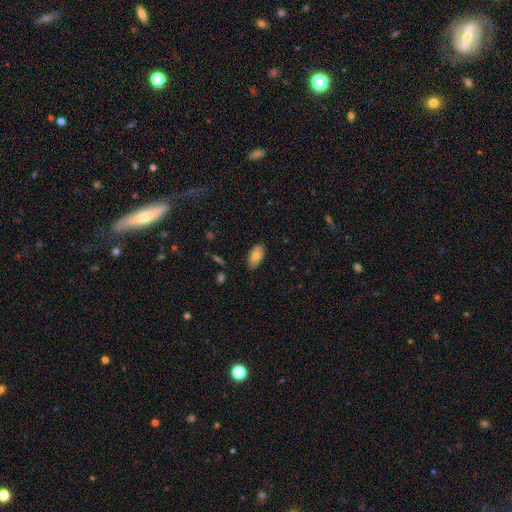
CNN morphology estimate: smooth-or-featured: smooth: 73% | featured or disk: 20% | star or artifact: 7%
  how-rounded: in between: 93% | round: 4% | cigar-shaped: 3%
  merging: none: 83% | minor disturbance: 13% | major disturbance: 2% | merger: 1%